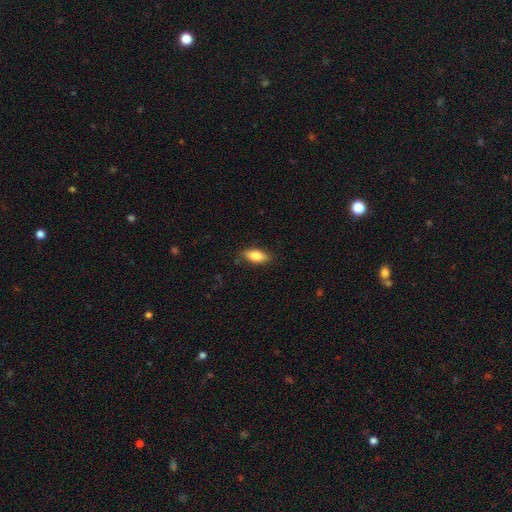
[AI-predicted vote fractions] Smooth or featured: smooth — 84% (featured or disk — 10%)
How rounded: in between — 82% (cigar-shaped — 16%)
Merging: none — 85% (minor disturbance — 12%)